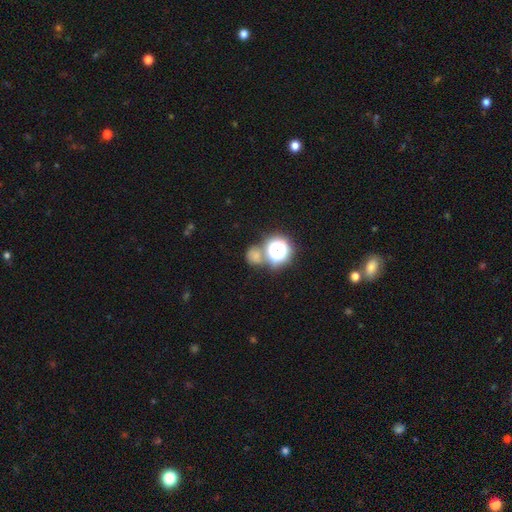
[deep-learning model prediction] A smooth galaxy with no disk features (55%) that is round (79%). Merging: none (59%).